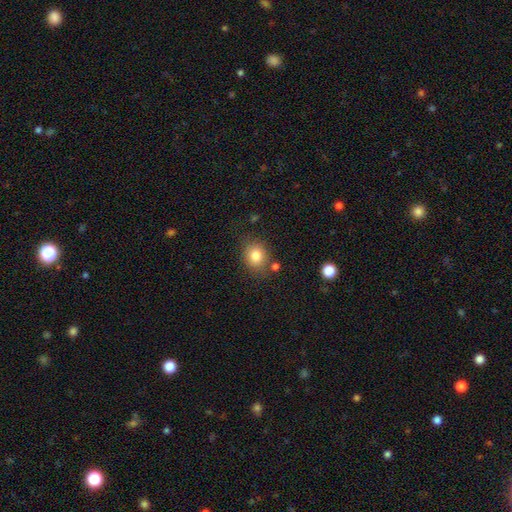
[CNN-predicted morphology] smooth_or_featured: smooth (p=0.82) [alt: star or artifact p=0.10]
how_rounded: round (p=0.60) [alt: in between p=0.39]
merging: none (p=0.76) [alt: minor disturbance p=0.14]